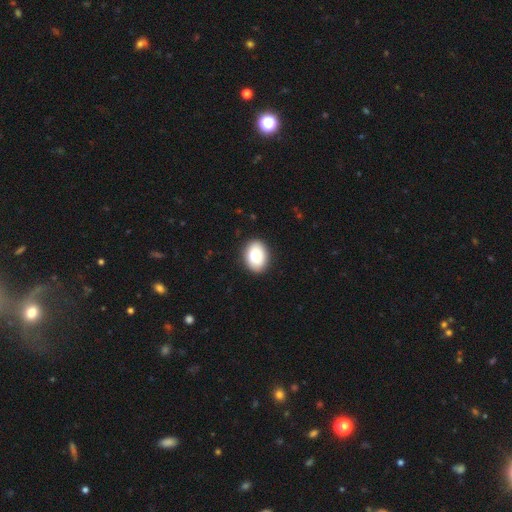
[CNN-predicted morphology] type=smooth (87%); roundness=in between (79%); merging=none (89%).